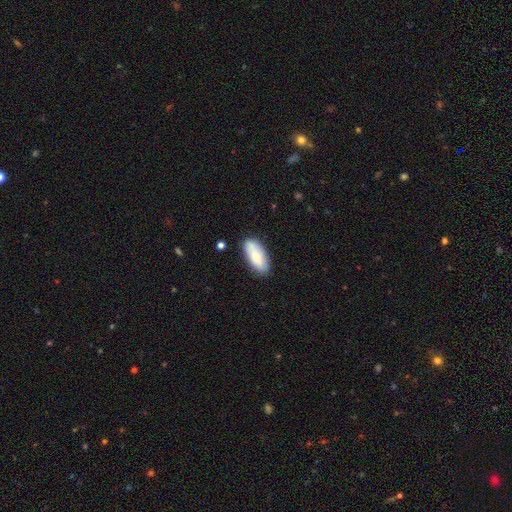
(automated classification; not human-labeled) Overall: smooth (78%). How rounded: in between (85%). Merging: none (79%).